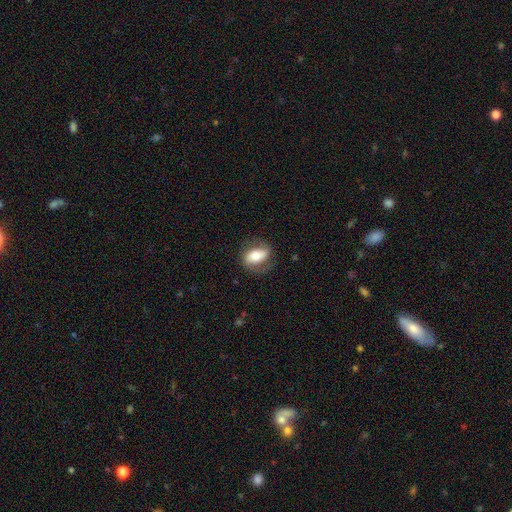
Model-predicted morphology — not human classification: A smooth galaxy with no disk features (54%) that is in between round and cigar-shaped (84%).

Vote fractions:
- Smooth or featured? smooth: 54% / featured or disk: 39% / star or artifact: 7%
- How rounded? in between: 84% / round: 11% / cigar-shaped: 5%
- Merging? none: 69% / minor disturbance: 20% / major disturbance: 10% / merger: 1%